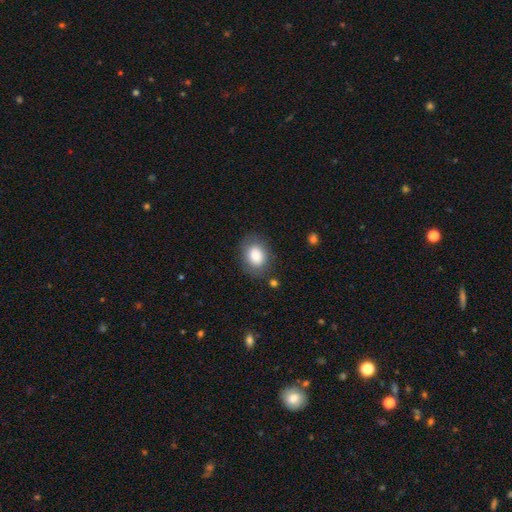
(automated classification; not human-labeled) smooth-or-featured: smooth: 85% | star or artifact: 8% | featured or disk: 8%
  how-rounded: in between: 69% | round: 30% | cigar-shaped: 1%
  merging: none: 79% | minor disturbance: 14% | major disturbance: 4% | merger: 2%